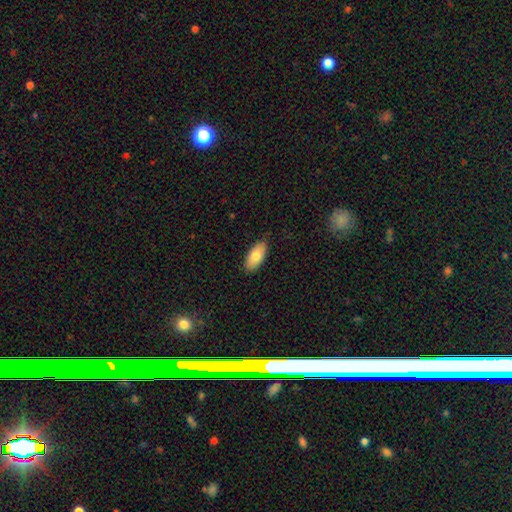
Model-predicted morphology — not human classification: The model was most divided on "smooth or featured": smooth: 79%, featured or disk: 15%, star or artifact: 6%. More confident: how rounded — in between (92%); merging — none (85%).